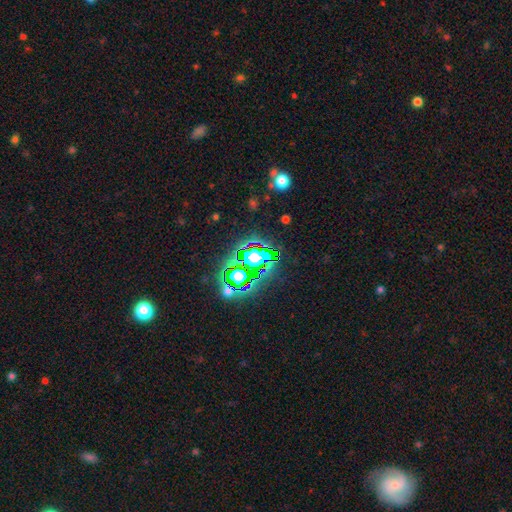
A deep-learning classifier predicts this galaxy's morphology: This appears to be a star or artifact, not a galaxy (70%).